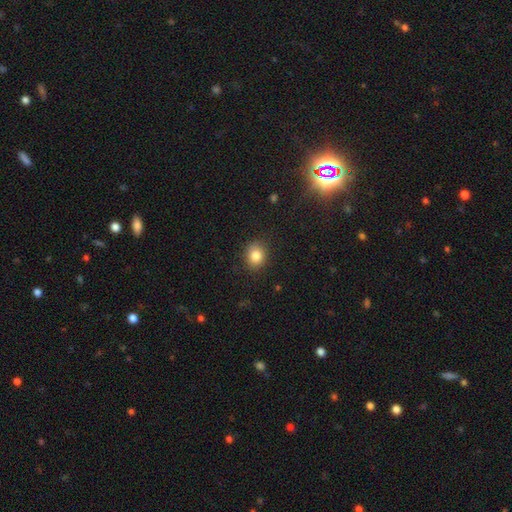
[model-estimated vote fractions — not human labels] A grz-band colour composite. It shows a smooth galaxy with no disk features (84%) that is round (68%). Merging: none (86%).